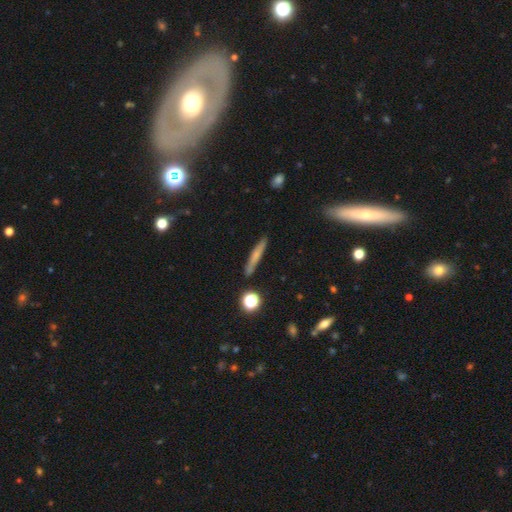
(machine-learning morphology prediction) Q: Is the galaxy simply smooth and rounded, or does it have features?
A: smooth — 59%.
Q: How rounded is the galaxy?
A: cigar-shaped — 90%.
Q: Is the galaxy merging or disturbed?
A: none — 87%.